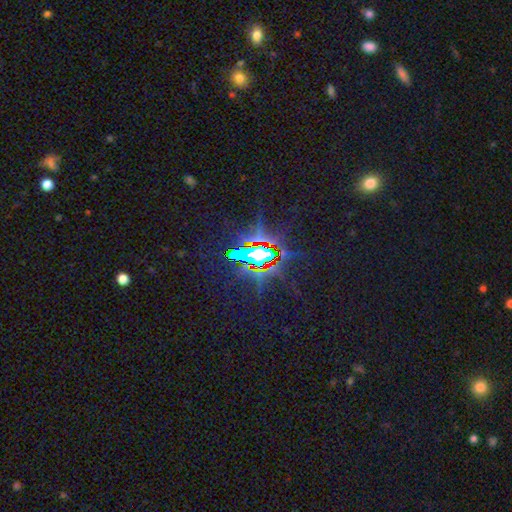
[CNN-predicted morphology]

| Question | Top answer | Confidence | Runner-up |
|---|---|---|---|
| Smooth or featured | star or artifact | 75% | featured or disk (14%) |